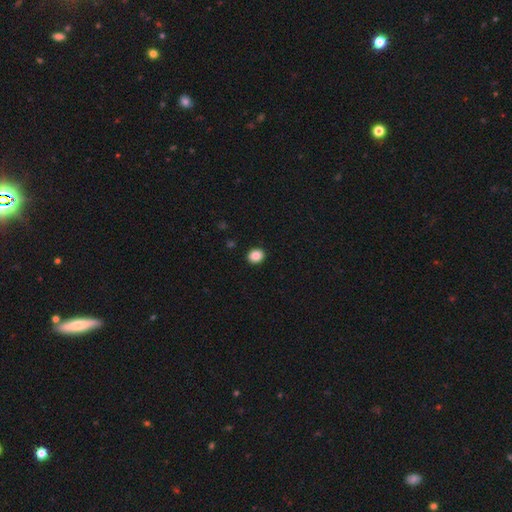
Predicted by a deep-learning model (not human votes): A smooth galaxy with no disk features (88%) that is round (67%). Merging: none (92%).